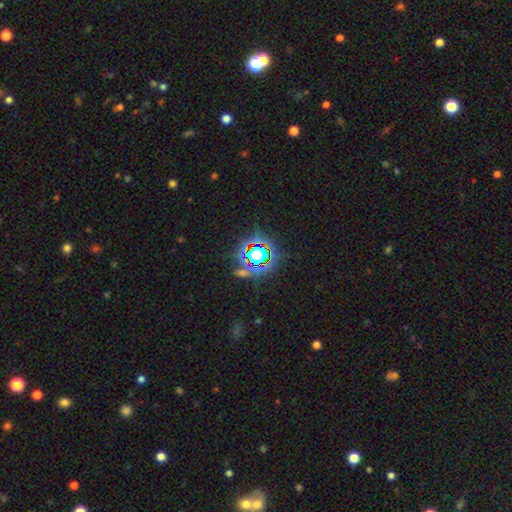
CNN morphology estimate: Overall: star or artifact (69%).